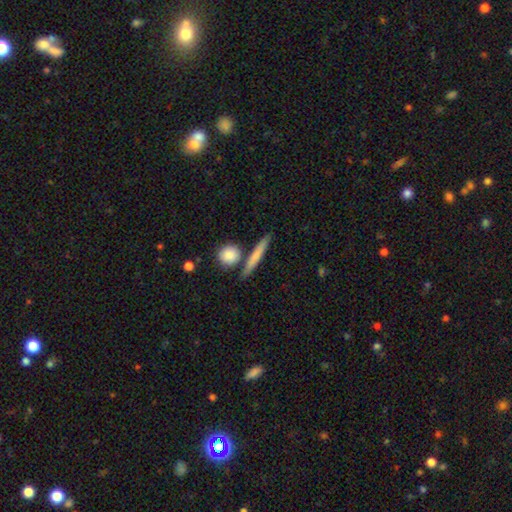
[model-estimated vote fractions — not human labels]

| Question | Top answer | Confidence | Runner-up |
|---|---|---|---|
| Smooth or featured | smooth | 67% | featured or disk (27%) |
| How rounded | cigar-shaped | 83% | in between (9%) |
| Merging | none | 78% | merger (10%) |